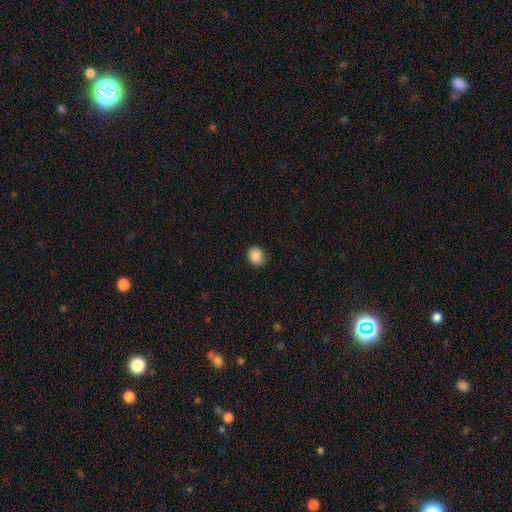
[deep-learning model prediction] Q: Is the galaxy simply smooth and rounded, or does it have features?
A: smooth — 88%.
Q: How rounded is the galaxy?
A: round — 63%.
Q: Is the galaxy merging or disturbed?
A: none — 83%.